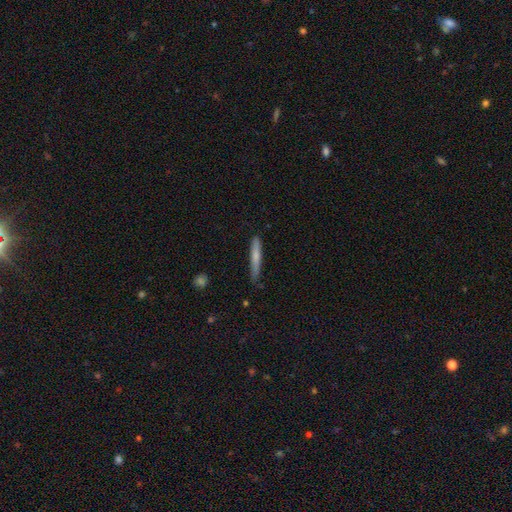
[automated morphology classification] The model was most divided on "smooth or featured": smooth: 69%, featured or disk: 26%, star or artifact: 6%. More confident: how rounded — cigar-shaped (95%); merging — none (80%).